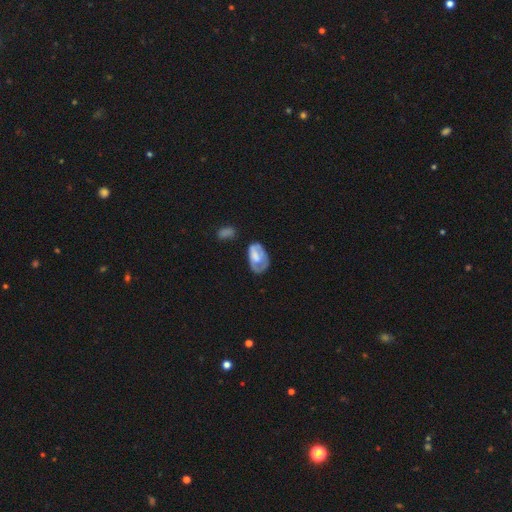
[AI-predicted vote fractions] This is possibly a smooth galaxy (52%). How rounded: clearly in between (91%). Merging: marginally none (41%).